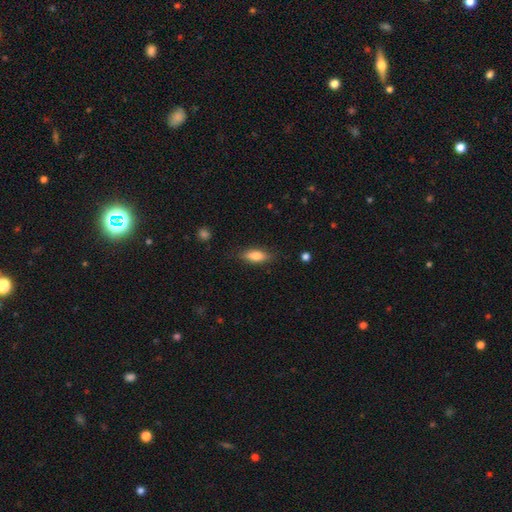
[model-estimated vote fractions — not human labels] Smooth or featured: smooth — 76% (featured or disk — 18%)
How rounded: in between — 66% (cigar-shaped — 31%)
Merging: none — 83% (minor disturbance — 13%)